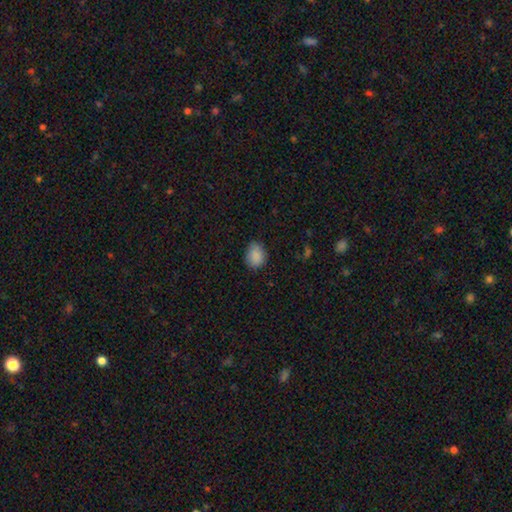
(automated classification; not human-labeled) A smooth galaxy with no disk features (88%) that is in between round and cigar-shaped (55%). Merging: none (77%).